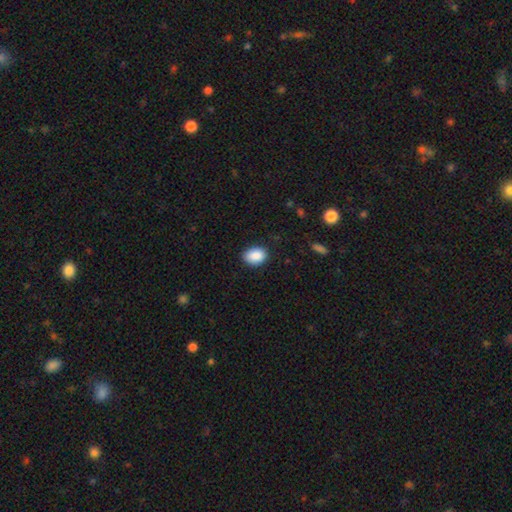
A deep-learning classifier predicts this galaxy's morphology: Smooth or featured? smooth (89%)
How rounded? in between (74%)
Merging? none (86%)